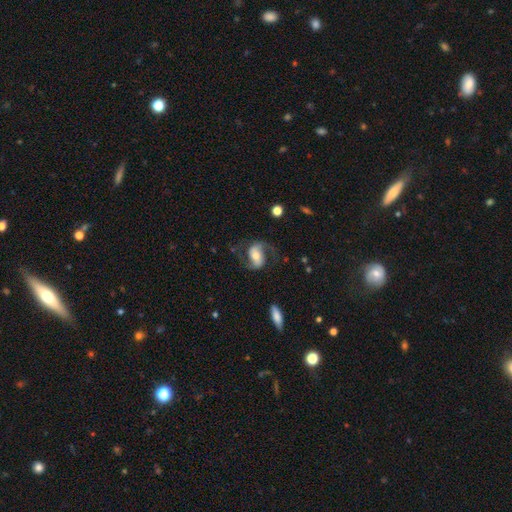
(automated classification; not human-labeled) smooth_or_featured: featured or disk (p=0.78) [alt: smooth p=0.16]
disk_edge_on: no (p=0.96) [alt: yes p=0.04]
bar: strong (p=0.36) [alt: weak p=0.34]
has_spiral_arms: yes (p=0.93) [alt: no p=0.07]
spiral_winding: medium (p=0.46) [alt: loose p=0.42]
spiral_arm_count: 2 (p=0.92) [alt: can't tell p=0.03]
bulge_size: moderate (p=0.59) [alt: small p=0.27]
merging: none (p=0.70) [alt: minor disturbance p=0.15]